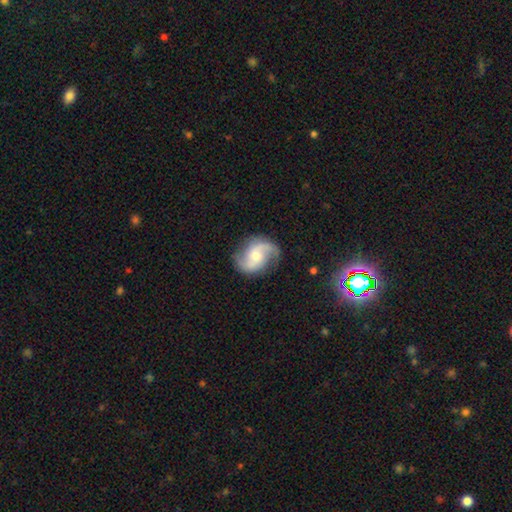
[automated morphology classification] Smooth or featured? Predicted: featured or disk (p=0.84). Edge-on disk? Predicted: no (p=0.98). Bar? Predicted: no (p=0.51). Spiral arms? Predicted: yes (p=0.97). Spiral winding? Predicted: medium (p=0.44). Spiral arm count? Predicted: 2 (p=0.90). Bulge size? Predicted: moderate (p=0.57). Merging? Predicted: none (p=0.77).